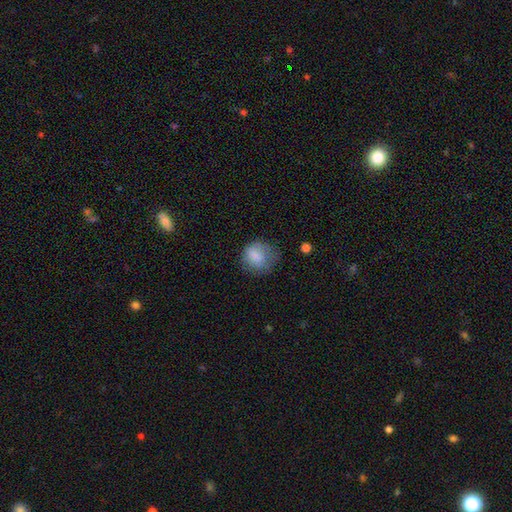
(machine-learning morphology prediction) smooth 81%, featured or disk 10%, star or artifact 9%. Down the decision tree: how rounded — round (74%); merging — none (56%).